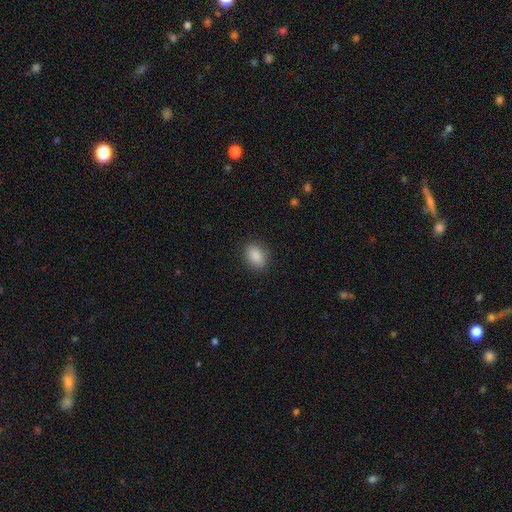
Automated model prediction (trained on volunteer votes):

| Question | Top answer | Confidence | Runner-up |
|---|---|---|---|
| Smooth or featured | smooth | 89% | star or artifact (7%) |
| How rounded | in between | 81% | round (17%) |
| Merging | none | 87% | minor disturbance (9%) |